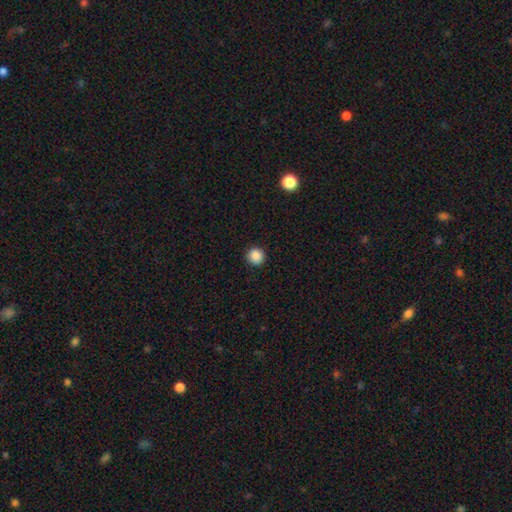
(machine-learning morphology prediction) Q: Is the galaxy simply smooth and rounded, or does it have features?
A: smooth — 87%.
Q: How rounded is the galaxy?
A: round — 94%.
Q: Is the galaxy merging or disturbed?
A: none — 92%.